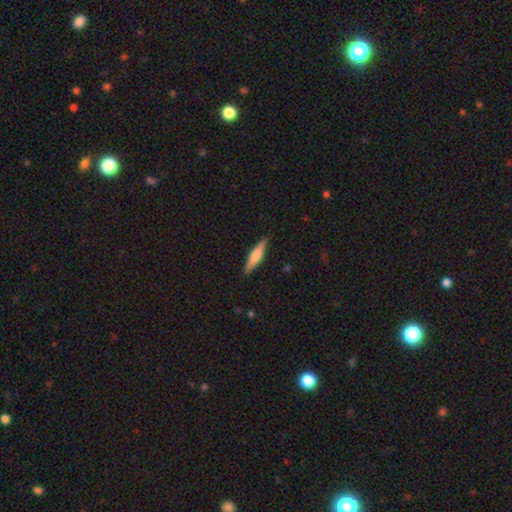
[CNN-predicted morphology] type=smooth (59%); roundness=cigar-shaped (81%); merging=none (88%).